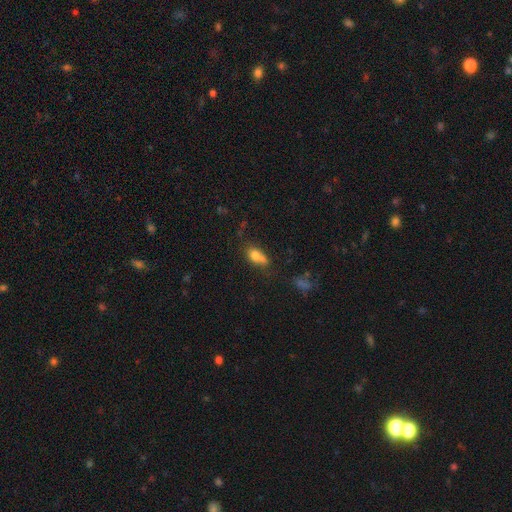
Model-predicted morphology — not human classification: Smooth or featured? smooth (74%)
How rounded? in between (73%)
Merging? merger (36%)